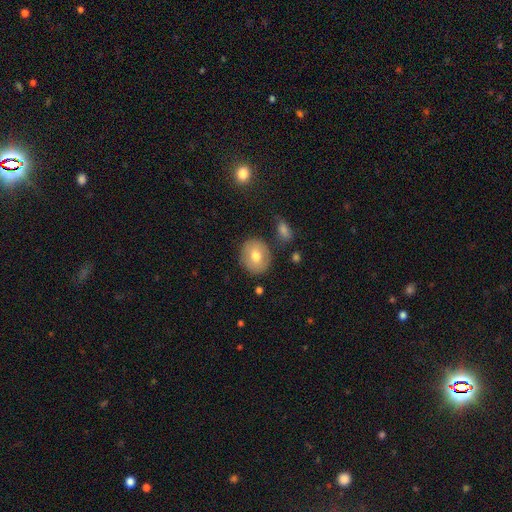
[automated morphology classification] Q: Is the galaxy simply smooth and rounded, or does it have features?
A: smooth — 68%.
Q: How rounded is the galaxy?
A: round — 73%.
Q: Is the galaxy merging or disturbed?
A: none — 80%.